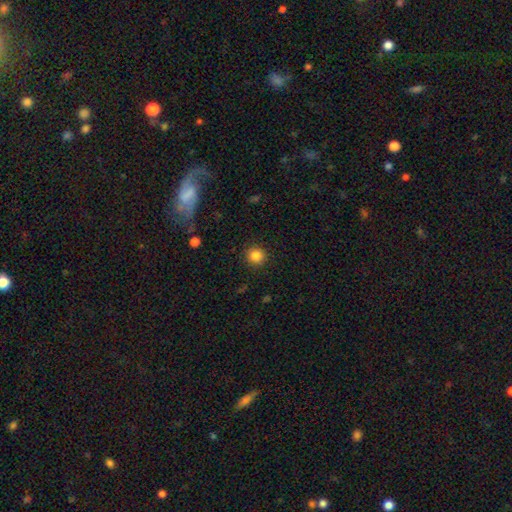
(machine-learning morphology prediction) This appears to be a smooth galaxy with no disk features (85%) that is round (91%). Merging: none (90%).